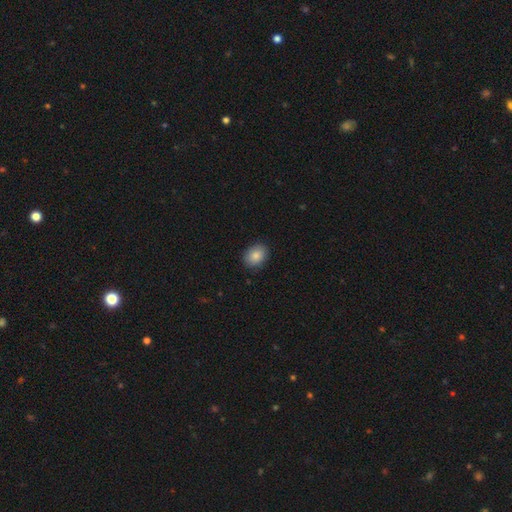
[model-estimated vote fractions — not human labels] Smooth or featured: smooth — 86% (star or artifact — 7%)
How rounded: in between — 63% (round — 36%)
Merging: none — 88% (minor disturbance — 9%)